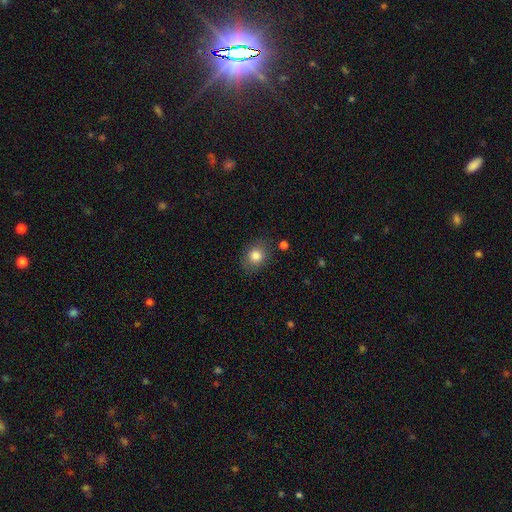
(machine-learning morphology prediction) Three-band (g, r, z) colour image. It shows a smooth galaxy with no disk features (82%) that is round (53%). Merging: none (80%).